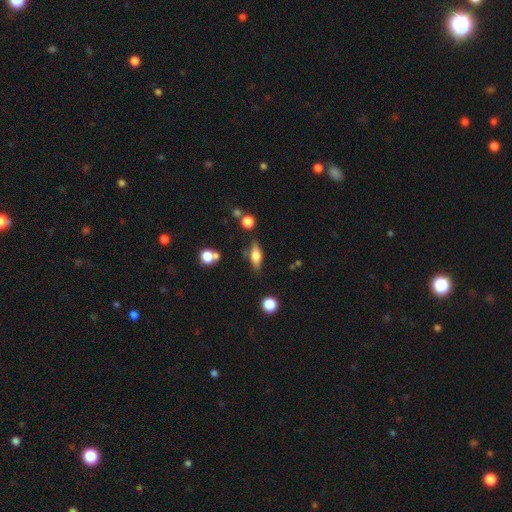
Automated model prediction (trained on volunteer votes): Smooth or featured: smooth — 50% (featured or disk — 41%)
Merging: none — 74% (minor disturbance — 16%)